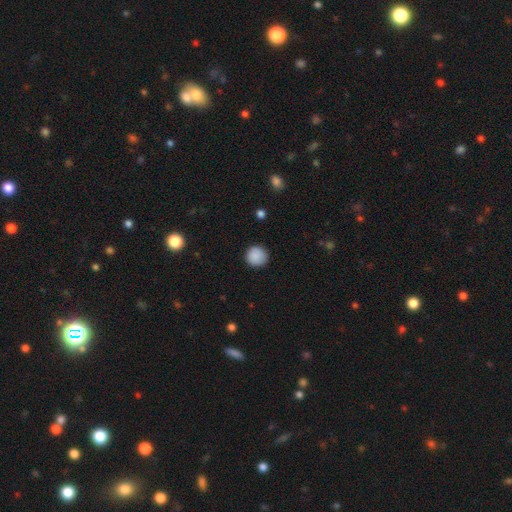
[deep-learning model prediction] Q: Smooth or featured?
A: smooth (88%); runner-up: star or artifact (8%)
Q: How rounded?
A: round (95%); runner-up: in between (4%)
Q: Merging?
A: none (90%); runner-up: minor disturbance (7%)